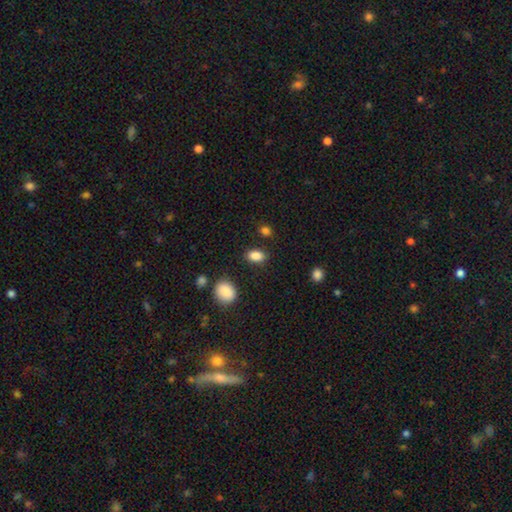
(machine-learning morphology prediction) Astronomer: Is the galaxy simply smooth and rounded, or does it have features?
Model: smooth — 87%.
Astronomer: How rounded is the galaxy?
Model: in between — 85%.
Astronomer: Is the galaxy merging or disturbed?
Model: none — 84%.